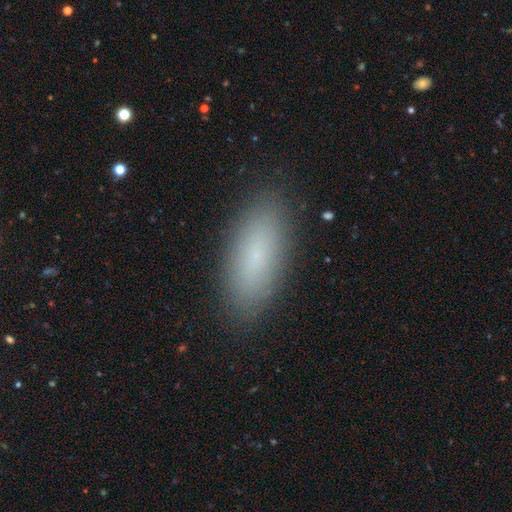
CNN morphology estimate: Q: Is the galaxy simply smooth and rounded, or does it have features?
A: smooth — 79%.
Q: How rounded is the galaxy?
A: in between — 76%.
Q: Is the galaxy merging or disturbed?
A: none — 88%.